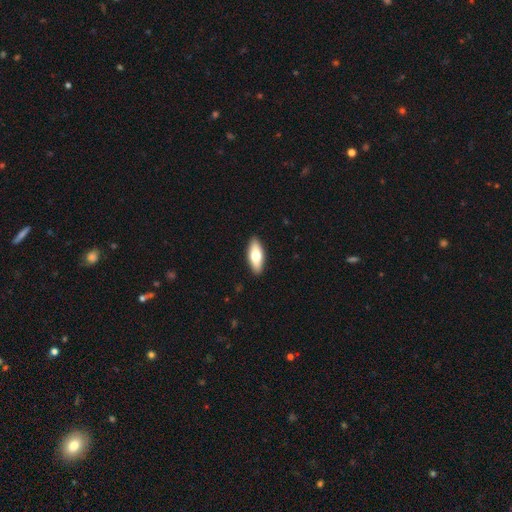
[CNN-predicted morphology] smooth-or-featured: smooth: 68% | featured or disk: 27% | star or artifact: 6%
  how-rounded: in between: 74% | cigar-shaped: 24% | round: 3%
  merging: none: 90% | minor disturbance: 7% | major disturbance: 2% | merger: 1%